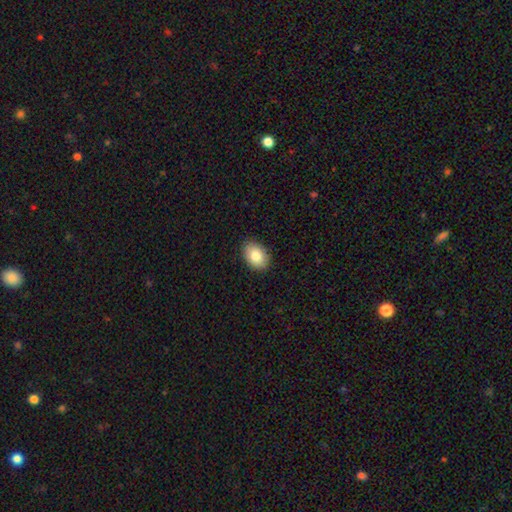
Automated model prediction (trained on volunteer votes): A smooth galaxy with no disk features (83%) that is in between round and cigar-shaped (81%). Merging: none (89%).